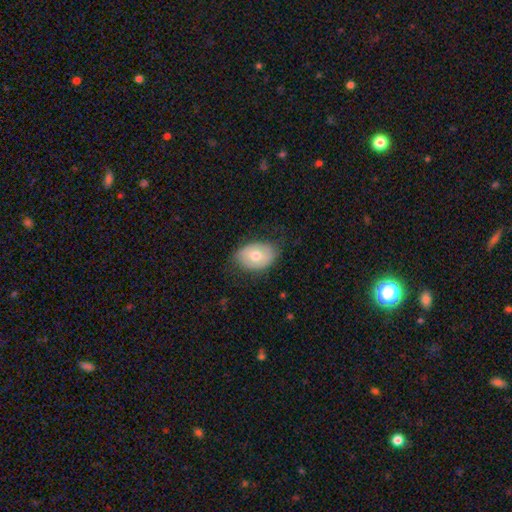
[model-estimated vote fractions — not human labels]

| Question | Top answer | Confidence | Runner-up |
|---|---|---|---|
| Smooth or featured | smooth | 66% | featured or disk (27%) |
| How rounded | in between | 79% | round (20%) |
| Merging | none | 74% | minor disturbance (20%) |